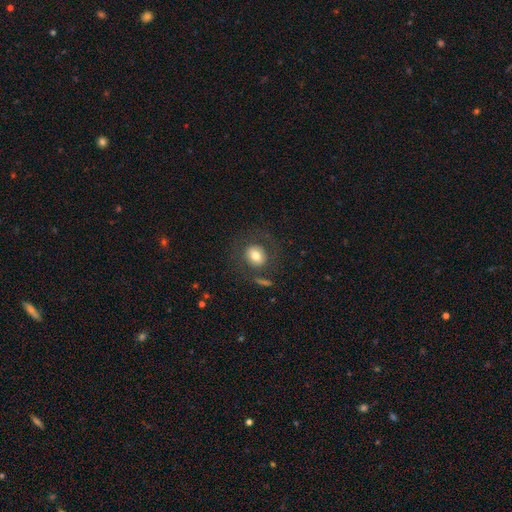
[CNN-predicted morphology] Smooth or featured? Predicted: smooth (p=0.71). How rounded? Predicted: round (p=0.66). Merging? Predicted: none (p=0.73).